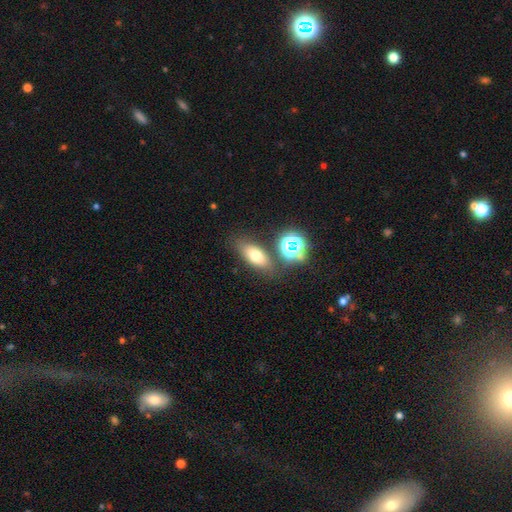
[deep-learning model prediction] Q: Smooth or featured?
A: smooth (67%); runner-up: featured or disk (17%)
Q: How rounded?
A: in between (73%); runner-up: cigar-shaped (14%)
Q: Merging?
A: none (76%); runner-up: minor disturbance (11%)